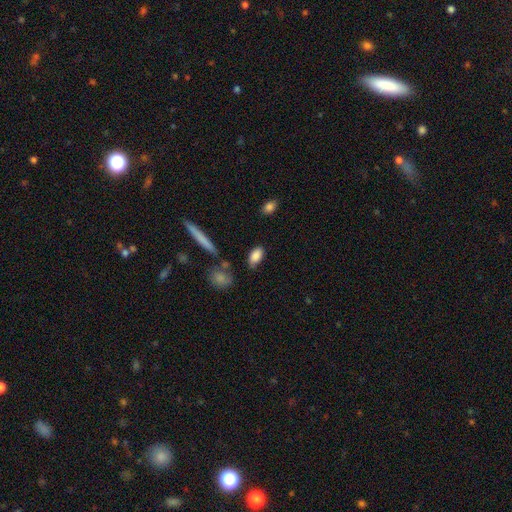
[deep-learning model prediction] Overall: smooth (85%). How rounded: in between (89%). Merging: none (76%).